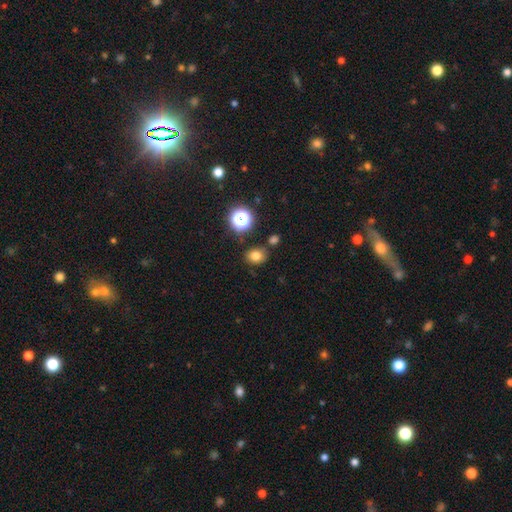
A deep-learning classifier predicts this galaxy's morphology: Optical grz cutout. It shows a smooth galaxy with no disk features (76%) that is round (54%). Merging: none (79%).